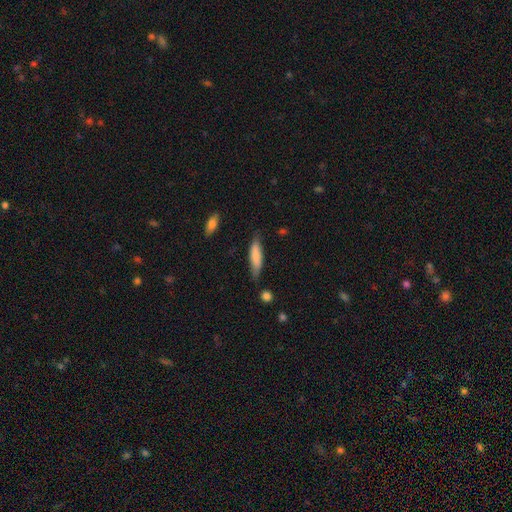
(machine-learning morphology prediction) Smooth or featured: smooth — 77% (featured or disk — 17%)
How rounded: cigar-shaped — 64% (in between — 35%)
Merging: none — 70% (minor disturbance — 24%)